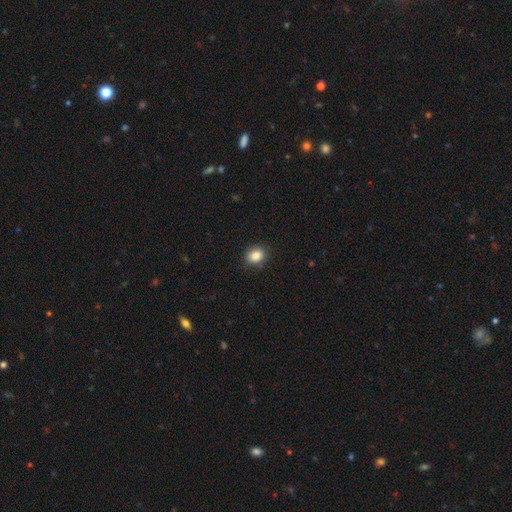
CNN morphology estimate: smooth 87%, star or artifact 9%, featured or disk 4%. Down the decision tree: how rounded — round (59%); merging — none (87%).